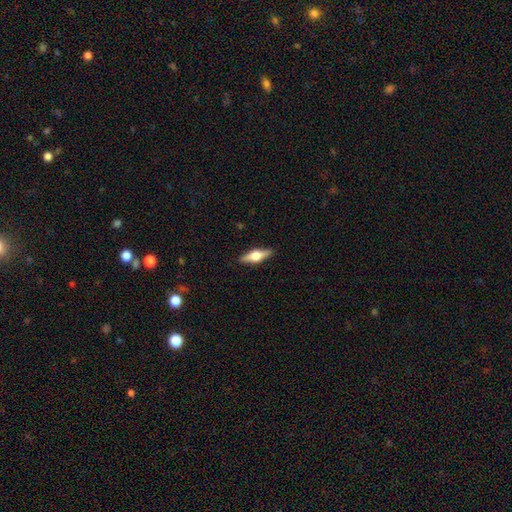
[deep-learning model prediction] Smooth or featured? featured or disk (57%)
Edge-on disk? yes (95%)
Edge-on bulge? rounded (94%)
Merging? none (90%)